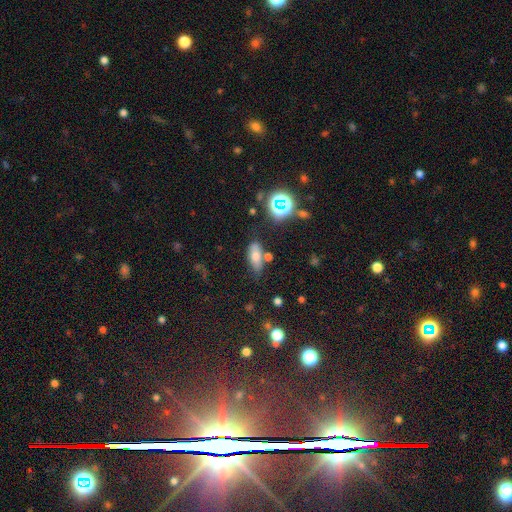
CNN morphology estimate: This appears to be a smooth galaxy with no disk features (68%) that is in between round and cigar-shaped (76%). Merging: none (66%).